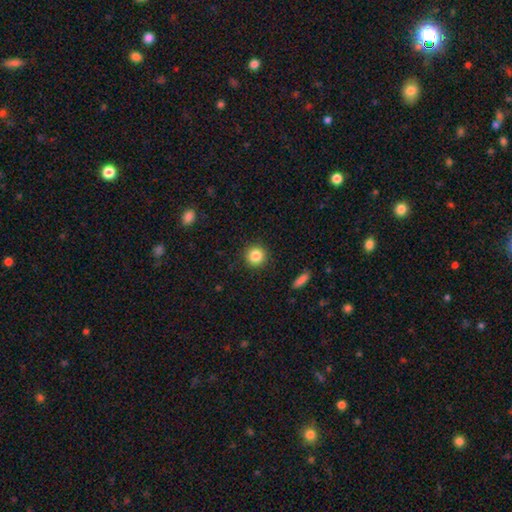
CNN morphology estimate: type=smooth (85%); roundness=round (94%); merging=none (91%).